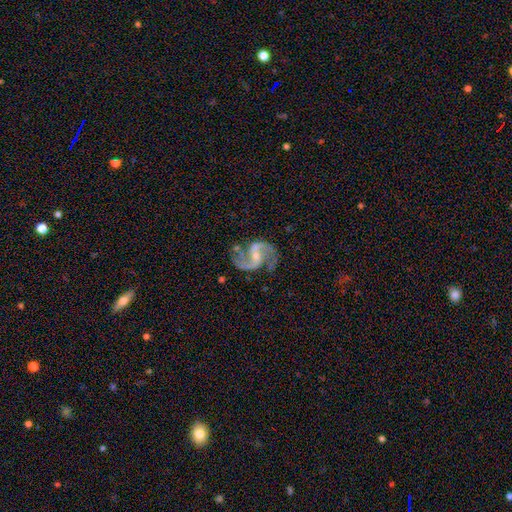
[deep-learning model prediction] This appears to be a featured or disk galaxy (92%) with a weak bar (45%), 2 (94%) loose (47%) spiral arms (98%) and a small central bulge (62%). Merging: none (71%).